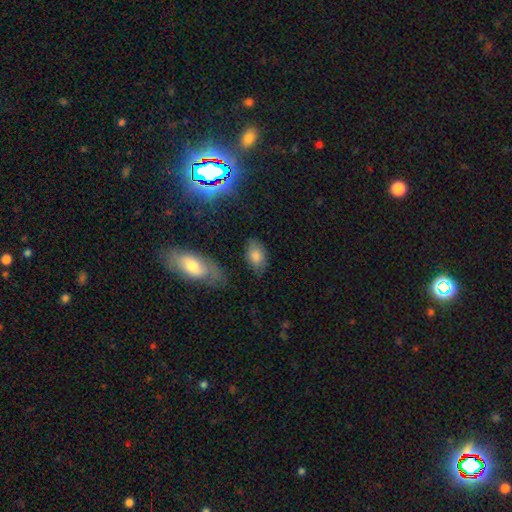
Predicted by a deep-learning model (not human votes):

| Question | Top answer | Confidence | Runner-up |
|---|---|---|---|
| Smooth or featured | smooth | 77% | star or artifact (12%) |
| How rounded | in between | 88% | round (10%) |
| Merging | none | 71% | minor disturbance (20%) |